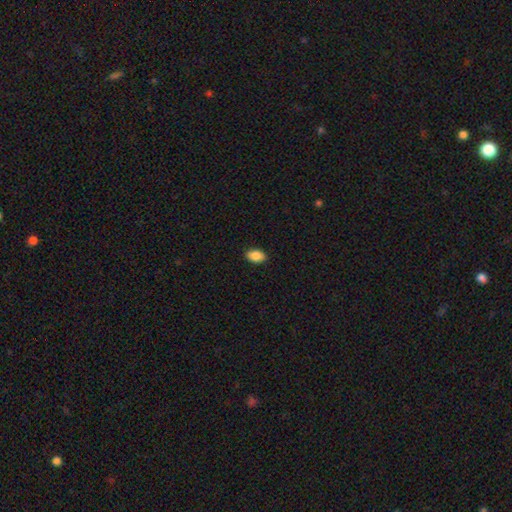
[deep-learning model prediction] This is clearly a smooth galaxy (89%). How rounded: clearly in between (90%). Merging: clearly none (90%).